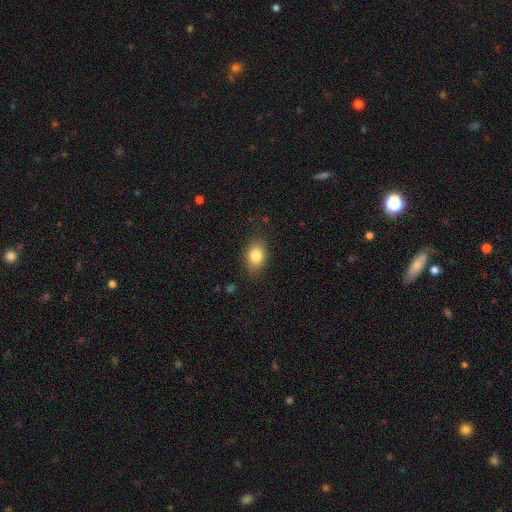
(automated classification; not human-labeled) smooth 82%, star or artifact 9%, featured or disk 9%. Down the decision tree: how rounded — in between (74%); merging — none (84%).